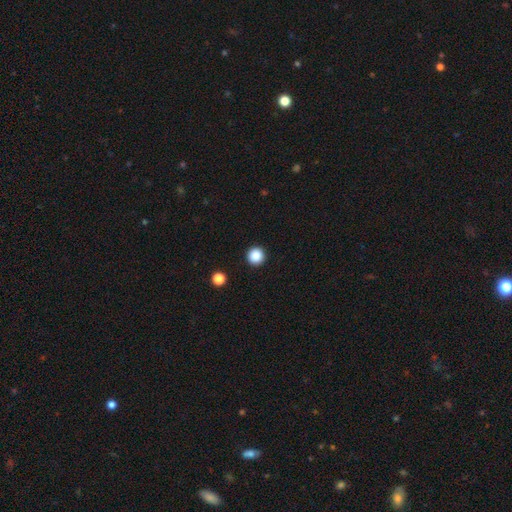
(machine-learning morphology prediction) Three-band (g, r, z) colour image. It shows a smooth galaxy with no disk features (87%) that is round (96%). Merging: none (94%).